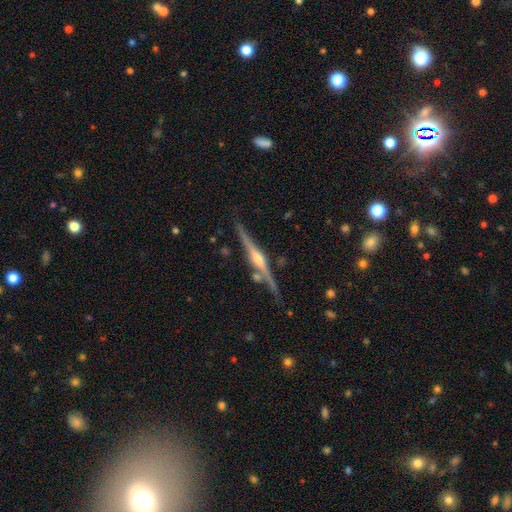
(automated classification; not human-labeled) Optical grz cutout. It shows a featured or disk galaxy (86%) viewed edge-on (98%) with a rounded central bulge (87%). Merging: none (80%).